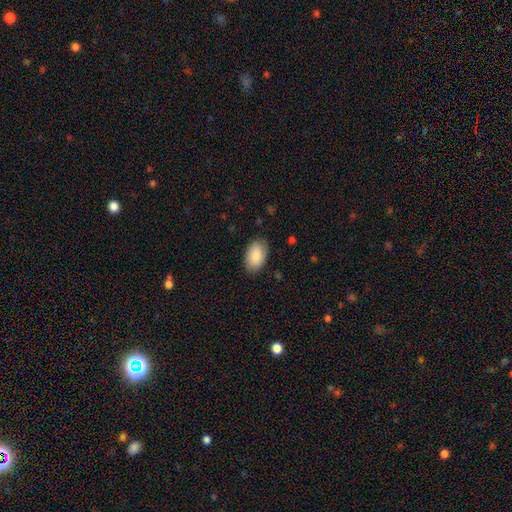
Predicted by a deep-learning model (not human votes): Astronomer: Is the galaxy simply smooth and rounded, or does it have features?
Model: smooth — 85%.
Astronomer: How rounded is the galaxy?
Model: in between — 93%.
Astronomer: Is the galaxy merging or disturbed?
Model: none — 83%.